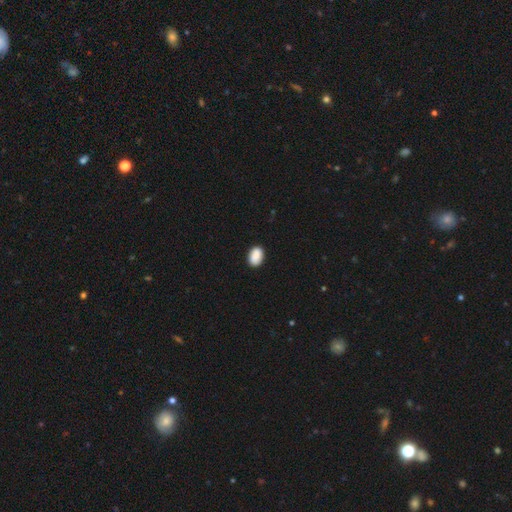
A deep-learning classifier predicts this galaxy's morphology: The model was most divided on "how rounded": in between: 86%, round: 13%, cigar-shaped: 1%. More confident: smooth or featured — smooth (90%); merging — none (87%).